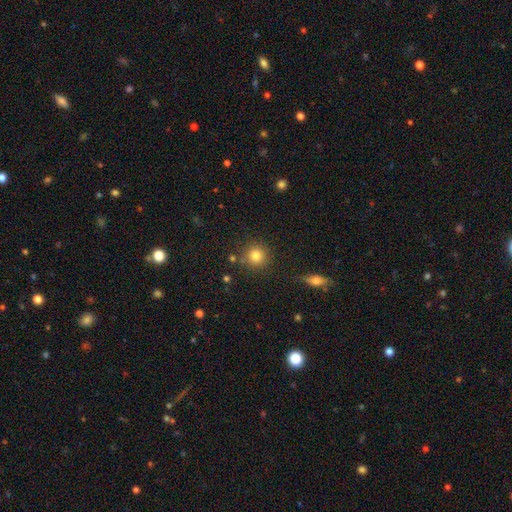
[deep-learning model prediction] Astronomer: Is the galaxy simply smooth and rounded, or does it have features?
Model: smooth — 82%.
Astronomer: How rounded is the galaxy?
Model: round — 92%.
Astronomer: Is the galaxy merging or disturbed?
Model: none — 83%.